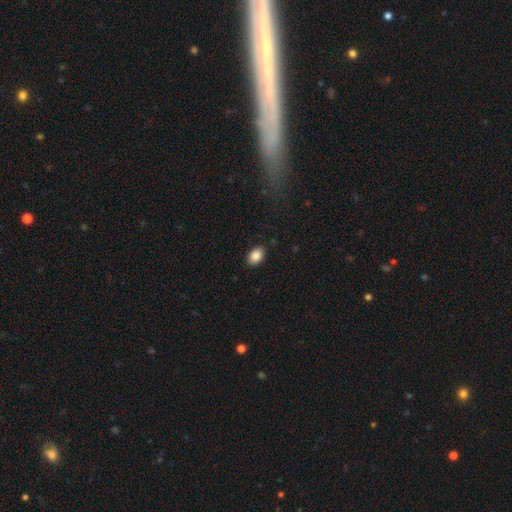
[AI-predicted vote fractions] Smooth or featured: smooth — 88% (star or artifact — 8%)
How rounded: in between — 81% (round — 18%)
Merging: none — 89% (minor disturbance — 8%)